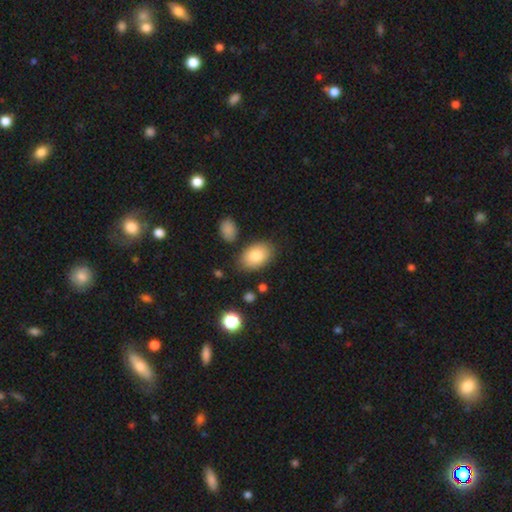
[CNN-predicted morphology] smooth_or_featured: smooth (p=0.81) [alt: featured or disk p=0.11]
how_rounded: in between (p=0.89) [alt: round p=0.10]
merging: none (p=0.81) [alt: minor disturbance p=0.12]